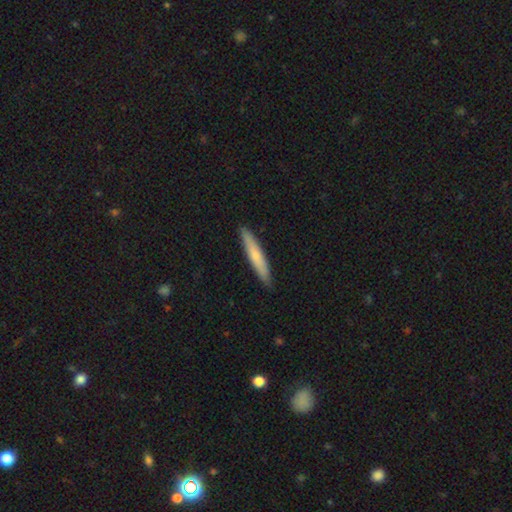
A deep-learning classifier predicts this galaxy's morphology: smooth_or_featured: smooth (p=0.67) [alt: featured or disk p=0.28]
how_rounded: cigar-shaped (p=0.94) [alt: in between p=0.05]
merging: none (p=0.90) [alt: minor disturbance p=0.07]